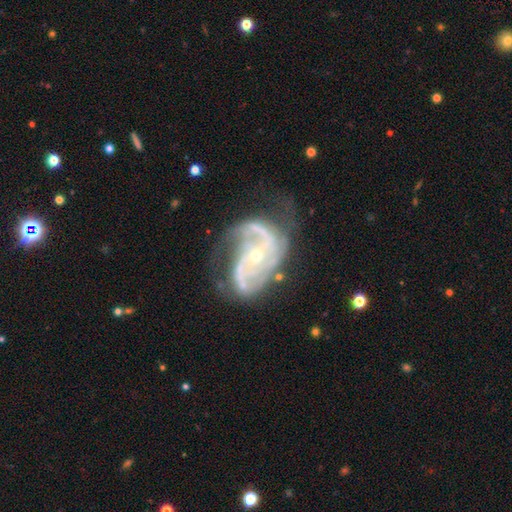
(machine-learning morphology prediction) smooth_or_featured: featured or disk (p=0.90) [alt: star or artifact p=0.06]
disk_edge_on: no (p=0.97) [alt: yes p=0.03]
bar: no (p=0.60) [alt: weak p=0.28]
has_spiral_arms: yes (p=0.96) [alt: no p=0.04]
spiral_winding: medium (p=0.49) [alt: tight p=0.30]
spiral_arm_count: 2 (p=0.54) [alt: 3 p=0.20]
bulge_size: small (p=0.67) [alt: moderate p=0.30]
merging: none (p=0.49) [alt: minor disturbance p=0.26]